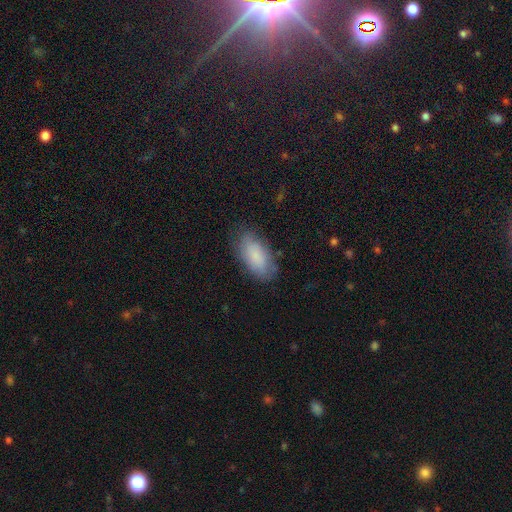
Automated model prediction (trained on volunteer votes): A smooth galaxy with no disk features (83%) that is in between round and cigar-shaped (91%).

Vote fractions:
- Smooth or featured? smooth: 83% / featured or disk: 10% / star or artifact: 6%
- How rounded? in between: 91% / cigar-shaped: 6% / round: 2%
- Merging? none: 75% / minor disturbance: 19% / major disturbance: 5% / merger: 1%